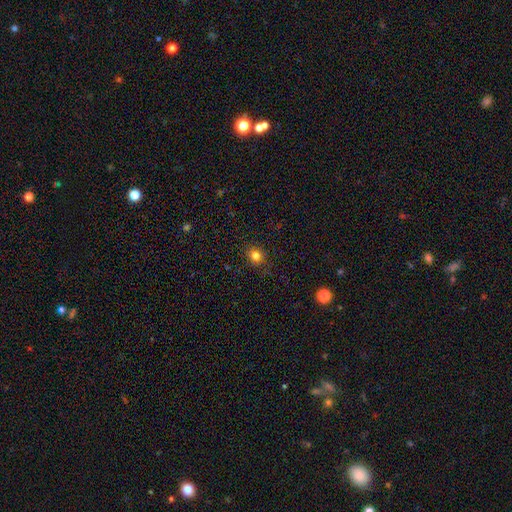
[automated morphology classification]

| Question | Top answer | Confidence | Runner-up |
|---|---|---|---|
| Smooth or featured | smooth | 82% | star or artifact (13%) |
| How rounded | round | 84% | in between (15%) |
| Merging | none | 88% | minor disturbance (8%) |